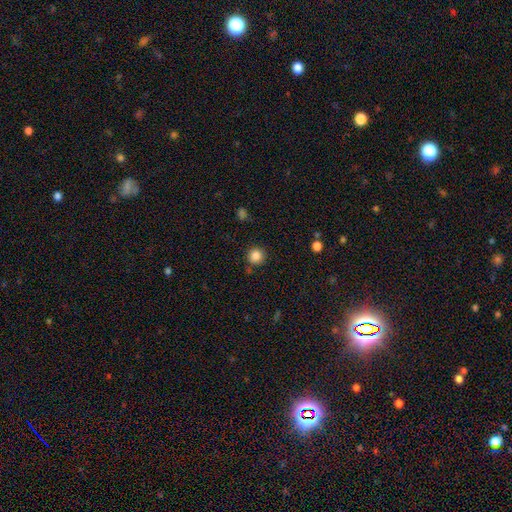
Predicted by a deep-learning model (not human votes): Smooth or featured?
  - smooth: 86% *
  - star or artifact: 11%
  - featured or disk: 4%
How rounded?
  - round: 94% *
  - in between: 5%
  - cigar-shaped: 1%
Merging?
  - none: 87% *
  - minor disturbance: 7%
  - merger: 3%
  - major disturbance: 3%